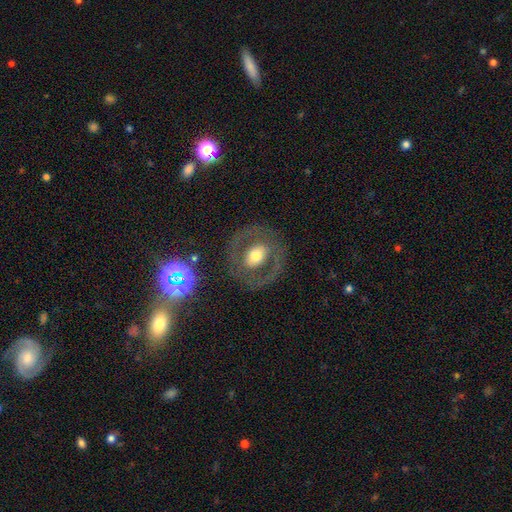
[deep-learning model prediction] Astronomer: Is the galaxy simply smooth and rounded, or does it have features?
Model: featured or disk — 61%.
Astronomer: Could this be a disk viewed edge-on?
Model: no — 95%.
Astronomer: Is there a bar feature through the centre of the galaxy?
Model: no — 51% (runner-up: weak, 27%).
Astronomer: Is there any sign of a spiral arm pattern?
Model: no — 63%.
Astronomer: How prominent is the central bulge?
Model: moderate — 61%.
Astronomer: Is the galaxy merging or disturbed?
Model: none — 79%.